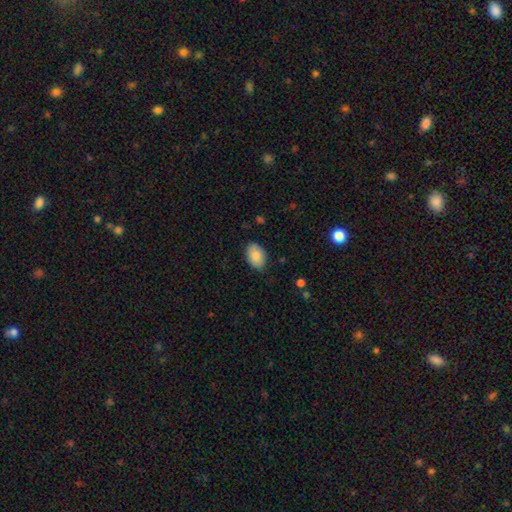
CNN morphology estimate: This is clearly a smooth galaxy (87%). How rounded: clearly in between (88%). Merging: clearly none (82%).